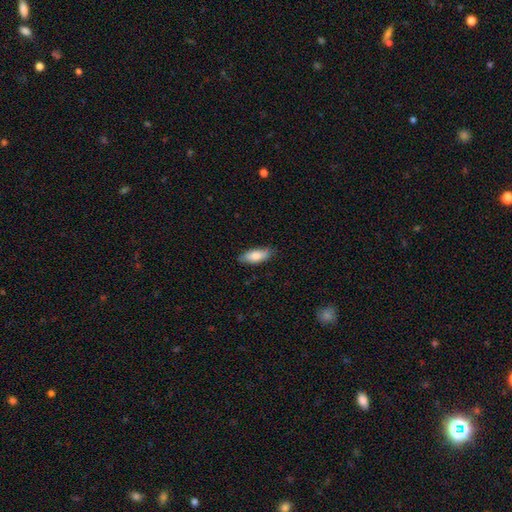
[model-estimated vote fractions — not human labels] smooth-or-featured: smooth: 81% | featured or disk: 13% | star or artifact: 6%
  how-rounded: in between: 79% | cigar-shaped: 19% | round: 2%
  merging: none: 81% | minor disturbance: 16% | major disturbance: 3% | merger: 1%